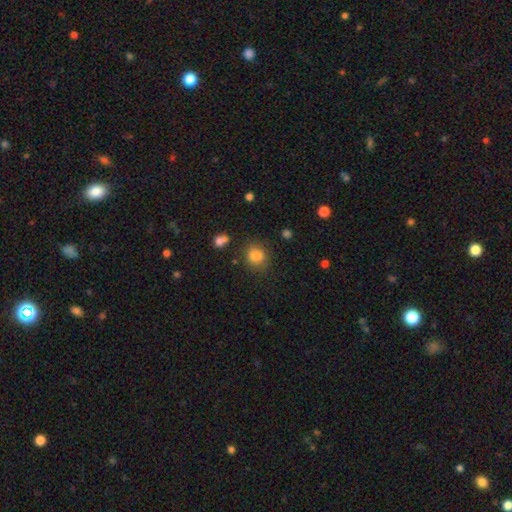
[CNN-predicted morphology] A smooth galaxy with no disk features (83%) that is round (73%).

Vote fractions:
- Smooth or featured? smooth: 83% / star or artifact: 11% / featured or disk: 6%
- How rounded? round: 73% / in between: 26% / cigar-shaped: 1%
- Merging? none: 76% / minor disturbance: 15% / major disturbance: 5% / merger: 4%